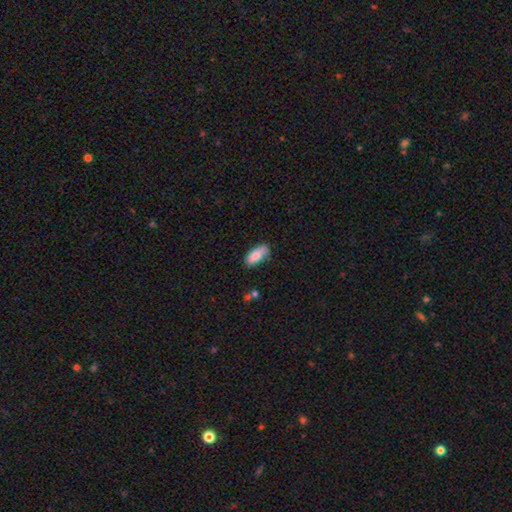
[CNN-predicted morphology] Smooth or featured: smooth — 83% (featured or disk — 10%)
How rounded: in between — 85% (cigar-shaped — 13%)
Merging: none — 64% (minor disturbance — 27%)